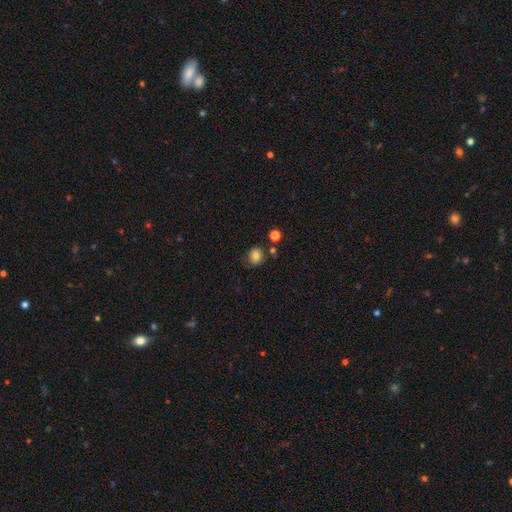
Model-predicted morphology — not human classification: This is likely a smooth galaxy (80%). How rounded: likely round (69%). Merging: likely none (72%).